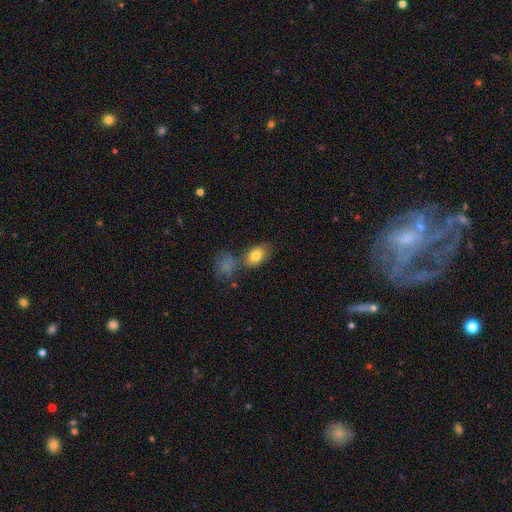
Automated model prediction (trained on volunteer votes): Smooth or featured: smooth — 80% (featured or disk — 12%)
How rounded: in between — 83% (round — 15%)
Merging: none — 63% (merger — 16%)